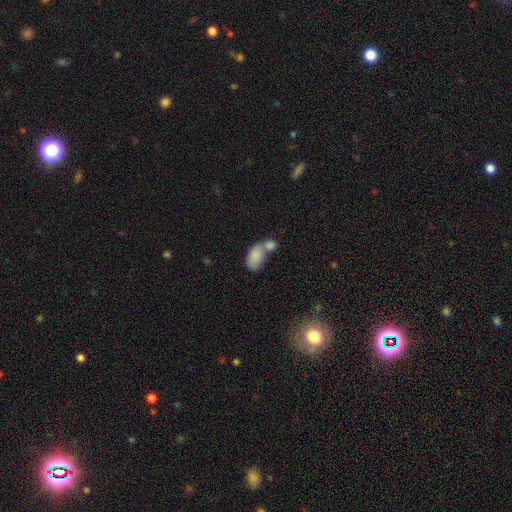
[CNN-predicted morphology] Smooth or featured: smooth — 83% (featured or disk — 10%)
How rounded: in between — 91% (round — 7%)
Merging: merger — 64% (none — 21%)